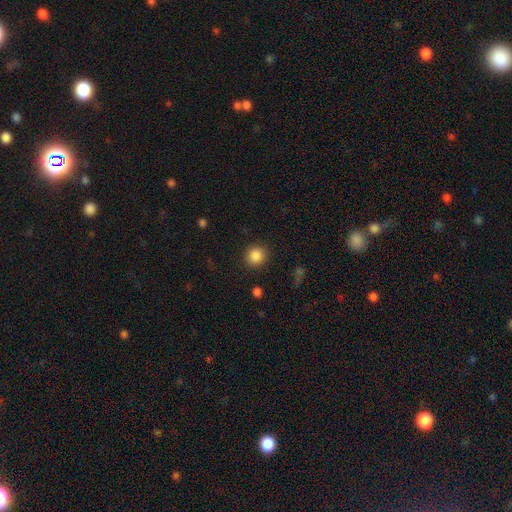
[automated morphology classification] smooth 86%, star or artifact 10%, featured or disk 4%. Down the decision tree: how rounded — round (88%); merging — none (89%).